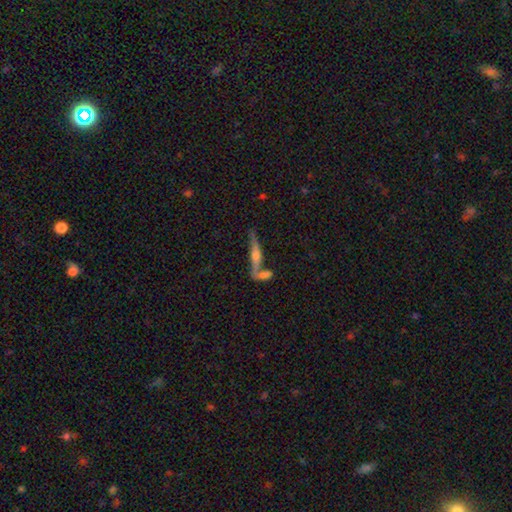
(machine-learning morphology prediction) Smooth or featured? featured or disk (69%)
Edge-on disk? yes (93%)
Edge-on bulge? rounded (86%)
Merging? none (59%)